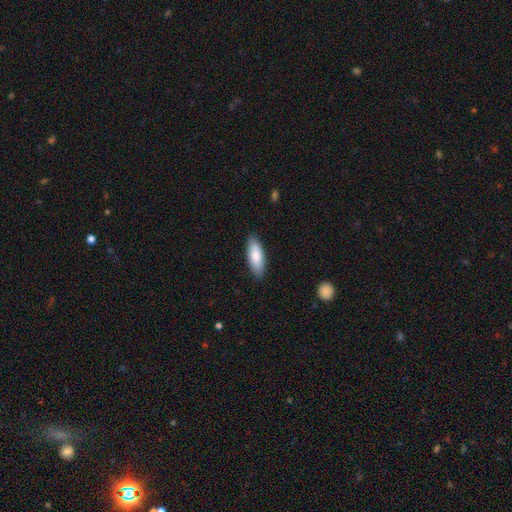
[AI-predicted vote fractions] Smooth or featured? Predicted: smooth (p=0.82). How rounded? Predicted: in between (p=0.69). Merging? Predicted: none (p=0.88).